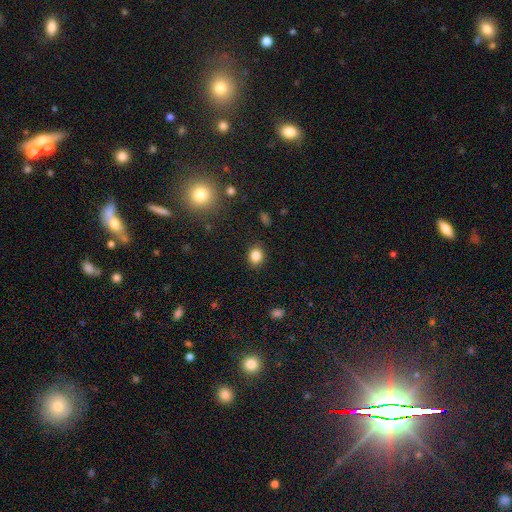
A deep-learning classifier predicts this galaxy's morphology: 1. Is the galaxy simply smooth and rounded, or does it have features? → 85% smooth, 11% star or artifact, 5% featured or disk.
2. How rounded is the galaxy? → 64% round, 35% in between, 1% cigar-shaped.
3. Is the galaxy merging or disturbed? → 88% none, 8% minor disturbance, 3% major disturbance, 1% merger.